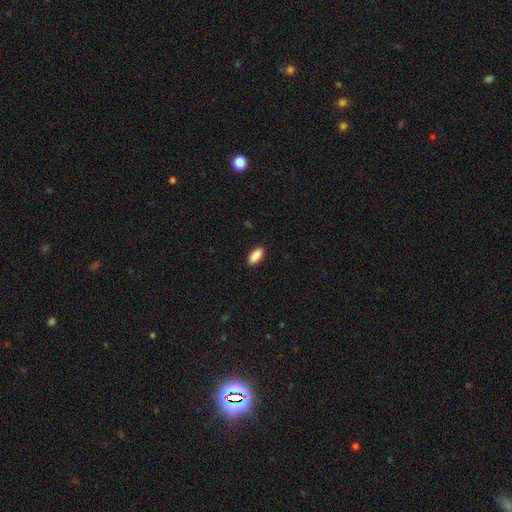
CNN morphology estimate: Smooth or featured? smooth (90%)
How rounded? in between (82%)
Merging? none (90%)